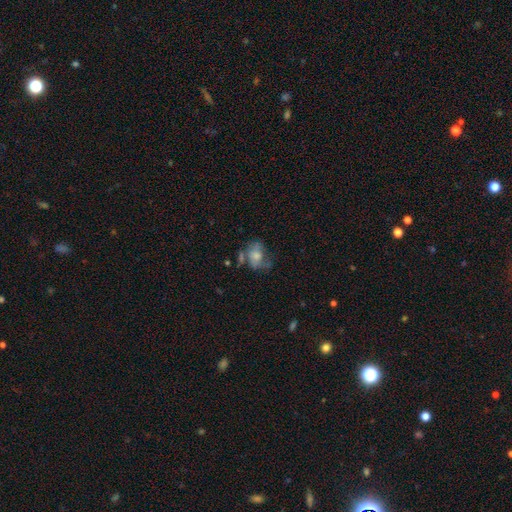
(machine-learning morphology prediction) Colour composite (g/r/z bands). It shows a smooth galaxy with no disk features (51%) that is in between round and cigar-shaped (64%). Merging: none (33%).